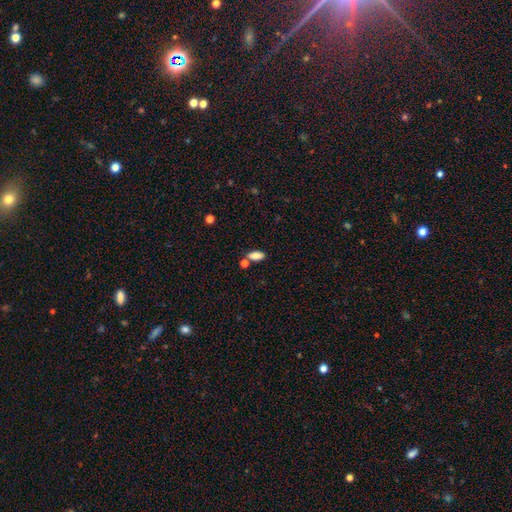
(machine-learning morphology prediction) Smooth or featured? smooth (85%)
How rounded? in between (87%)
Merging? none (70%)